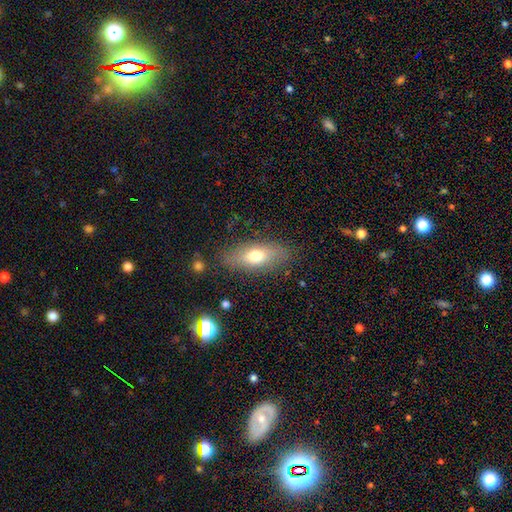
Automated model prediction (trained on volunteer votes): Smooth or featured?
  - smooth: 68% *
  - featured or disk: 24%
  - star or artifact: 8%
How rounded?
  - in between: 78% *
  - cigar-shaped: 17%
  - round: 5%
Merging?
  - none: 81% *
  - minor disturbance: 13%
  - major disturbance: 4%
  - merger: 2%